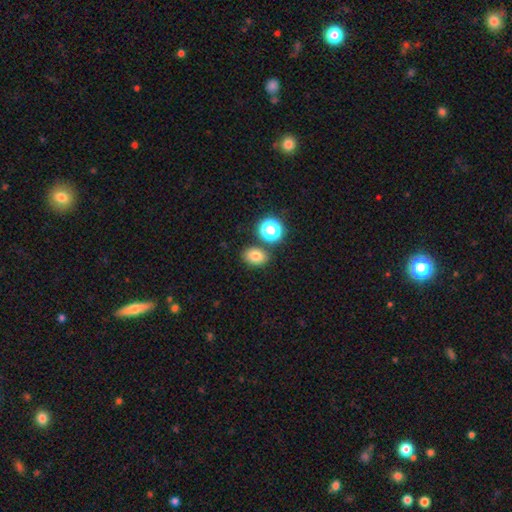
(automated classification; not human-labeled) Q: Smooth or featured?
A: smooth (79%); runner-up: star or artifact (14%)
Q: How rounded?
A: in between (66%); runner-up: round (33%)
Q: Merging?
A: none (78%); runner-up: minor disturbance (10%)